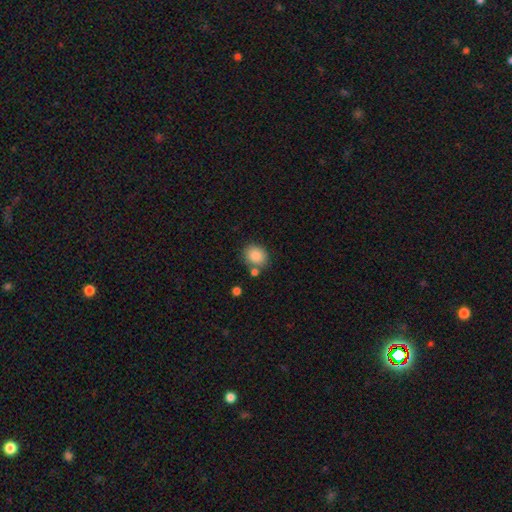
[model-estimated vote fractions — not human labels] Q: Smooth or featured?
A: smooth (86%); runner-up: star or artifact (9%)
Q: How rounded?
A: round (65%); runner-up: in between (34%)
Q: Merging?
A: none (73%); runner-up: minor disturbance (12%)